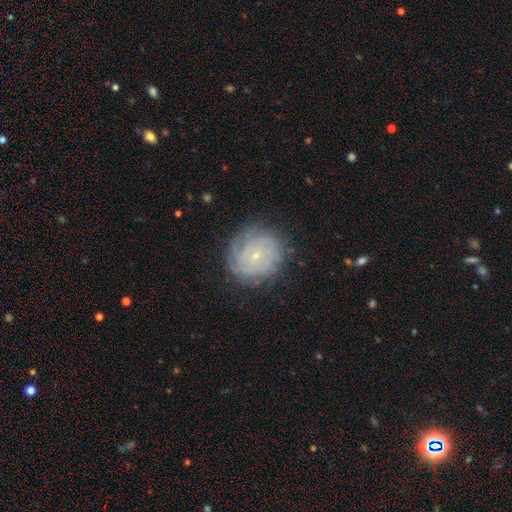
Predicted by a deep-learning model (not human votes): smooth_or_featured: featured or disk (p=0.69) [alt: smooth p=0.21]
disk_edge_on: no (p=0.97) [alt: yes p=0.03]
bar: no (p=0.79) [alt: weak p=0.17]
has_spiral_arms: yes (p=0.91) [alt: no p=0.09]
spiral_winding: tight (p=0.81) [alt: medium p=0.15]
spiral_arm_count: can't tell (p=0.46) [alt: 4 p=0.15]
bulge_size: small (p=0.84) [alt: moderate p=0.12]
merging: none (p=0.80) [alt: minor disturbance p=0.14]